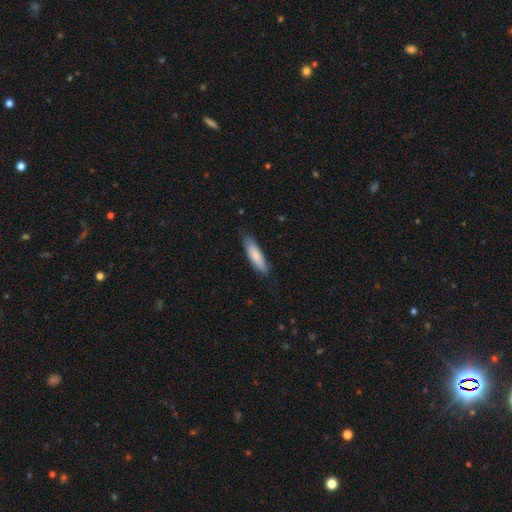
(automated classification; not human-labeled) A smooth galaxy with no disk features (80%) that is cigar-shaped (67%).

Vote fractions:
- Smooth or featured? smooth: 80% / featured or disk: 15% / star or artifact: 5%
- How rounded? cigar-shaped: 67% / in between: 32% / round: 1%
- Merging? none: 79% / minor disturbance: 17% / major disturbance: 3% / merger: 1%